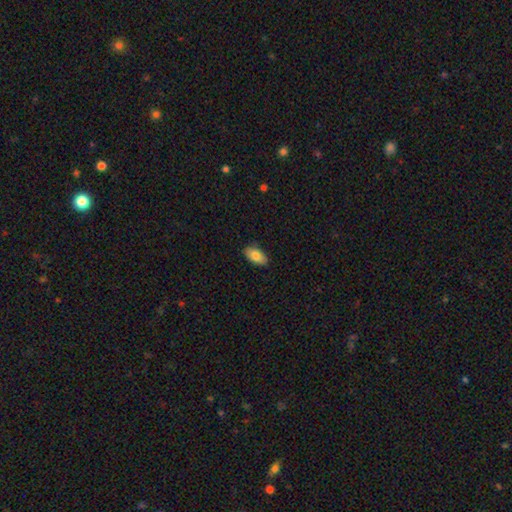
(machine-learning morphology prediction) A smooth galaxy with no disk features (81%) that is in between round and cigar-shaped (93%). Merging: none (86%).